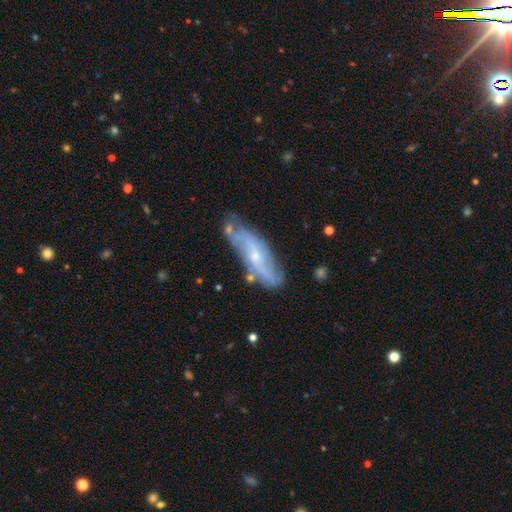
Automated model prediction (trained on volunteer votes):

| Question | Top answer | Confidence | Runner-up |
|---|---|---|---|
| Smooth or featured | featured or disk | 74% | smooth (19%) |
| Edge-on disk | no | 78% | yes (22%) |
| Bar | no | 52% | weak (37%) |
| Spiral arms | yes | 86% | no (14%) |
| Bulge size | small | 67% | moderate (29%) |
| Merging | none | 64% | minor disturbance (23%) |